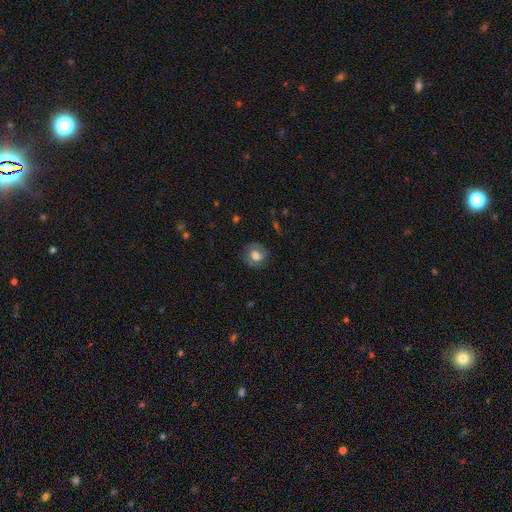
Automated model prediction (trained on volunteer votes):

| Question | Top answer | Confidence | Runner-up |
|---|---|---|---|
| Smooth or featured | smooth | 70% | featured or disk (21%) |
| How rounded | round | 79% | in between (20%) |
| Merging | none | 79% | minor disturbance (15%) |